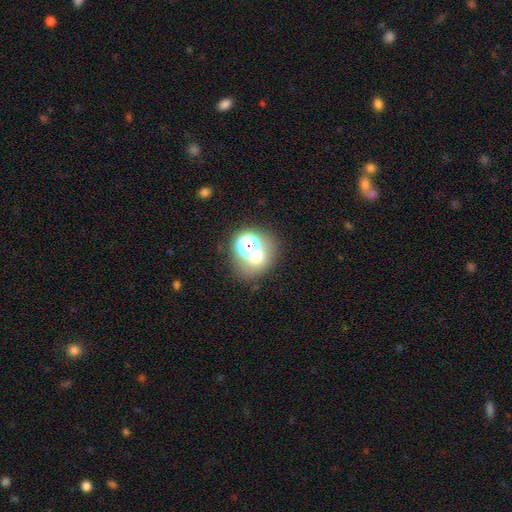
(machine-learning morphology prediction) Q: Smooth or featured?
A: smooth (55%); runner-up: star or artifact (27%)
Q: How rounded?
A: round (69%); runner-up: in between (30%)
Q: Merging?
A: none (46%); runner-up: merger (36%)